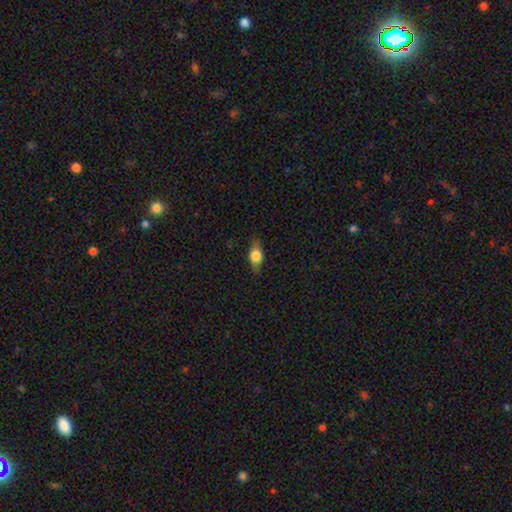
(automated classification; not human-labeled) smooth 68%, featured or disk 24%, star or artifact 8%. Down the decision tree: how rounded — in between (77%); merging — none (81%).